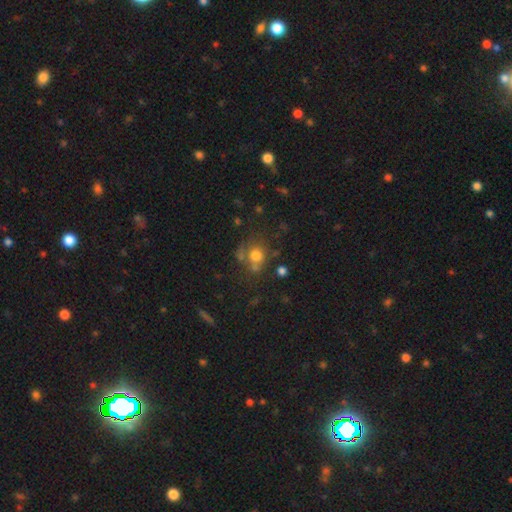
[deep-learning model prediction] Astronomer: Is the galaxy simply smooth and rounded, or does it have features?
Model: smooth — 72%.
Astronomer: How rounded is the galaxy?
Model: round — 83%.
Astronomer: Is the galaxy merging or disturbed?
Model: none — 59%.